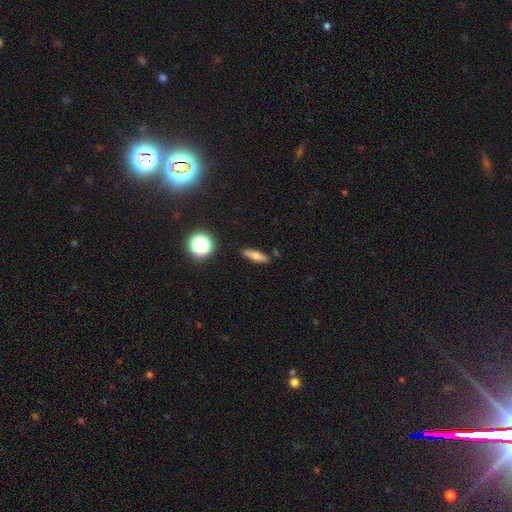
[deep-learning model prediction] smooth_or_featured: smooth (p=0.61) [alt: featured or disk p=0.28]
how_rounded: cigar-shaped (p=0.59) [alt: in between p=0.34]
merging: none (p=0.88) [alt: minor disturbance p=0.08]